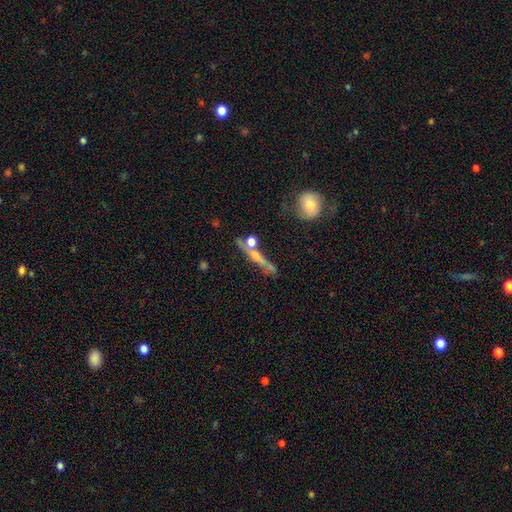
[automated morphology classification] type=featured or disk (57%); edge-on=yes (84%); merging=none (59%).